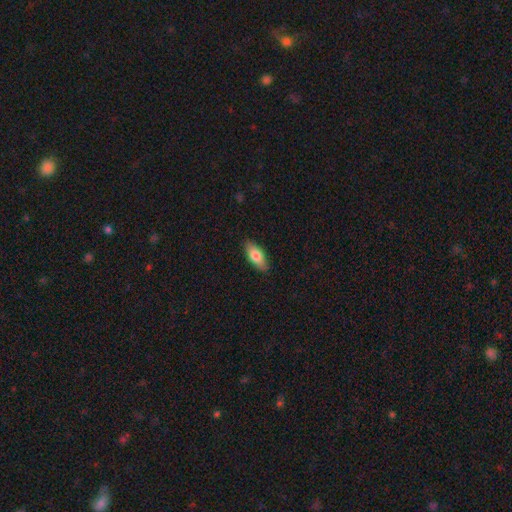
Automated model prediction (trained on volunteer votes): A smooth galaxy with no disk features (77%) that is in between round and cigar-shaped (81%).

Vote fractions:
- Smooth or featured? smooth: 77% / featured or disk: 17% / star or artifact: 6%
- How rounded? in between: 81% / cigar-shaped: 16% / round: 3%
- Merging? none: 86% / minor disturbance: 11% / major disturbance: 2% / merger: 1%